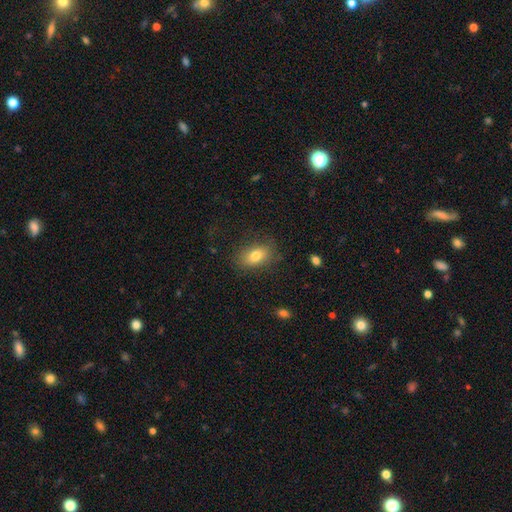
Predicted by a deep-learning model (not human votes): This appears to be a smooth galaxy with no disk features (79%) that is in between round and cigar-shaped (86%). Merging: none (81%).